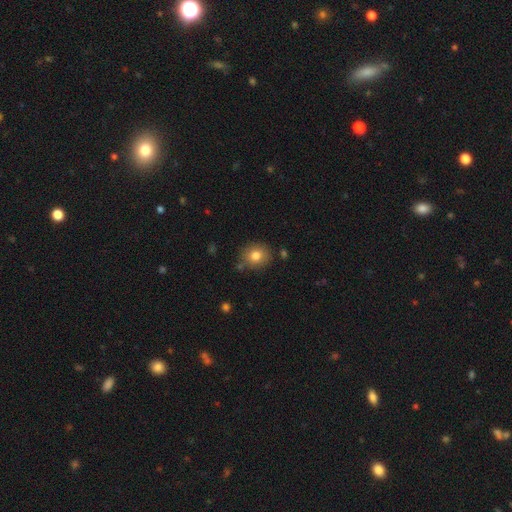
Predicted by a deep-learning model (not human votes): Overall: smooth (80%). How rounded: round (76%). Merging: none (79%).